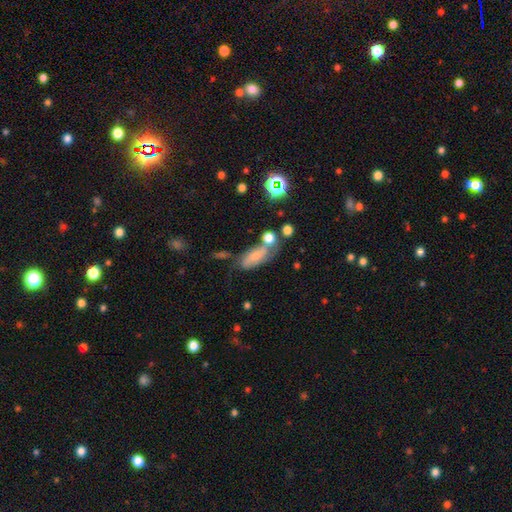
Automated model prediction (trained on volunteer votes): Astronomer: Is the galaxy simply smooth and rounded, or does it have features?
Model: smooth — 51% (runner-up: featured or disk, 37%).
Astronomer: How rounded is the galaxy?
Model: in between — 76%.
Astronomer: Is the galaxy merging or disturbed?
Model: none — 43% (runner-up: merger, 24%).